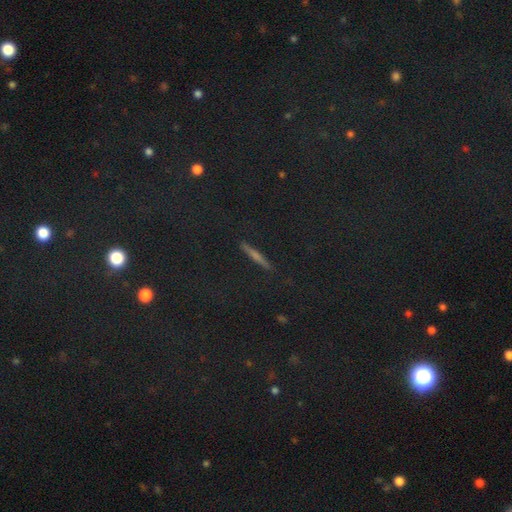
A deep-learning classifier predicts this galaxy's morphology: smooth-or-featured: star or artifact: 58% | smooth: 22% | featured or disk: 20%